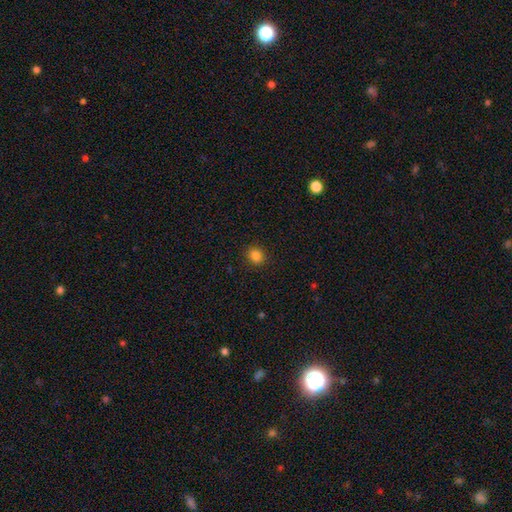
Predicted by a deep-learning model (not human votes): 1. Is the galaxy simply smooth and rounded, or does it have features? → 84% smooth, 13% star or artifact, 4% featured or disk.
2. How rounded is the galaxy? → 70% round, 29% in between, 1% cigar-shaped.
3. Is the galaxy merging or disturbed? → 88% none, 8% minor disturbance, 2% major disturbance, 1% merger.